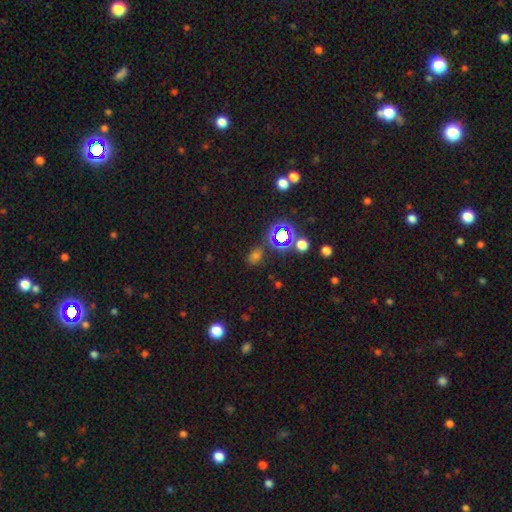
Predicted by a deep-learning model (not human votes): This is possibly a smooth galaxy (50%). Merging: likely none (76%).